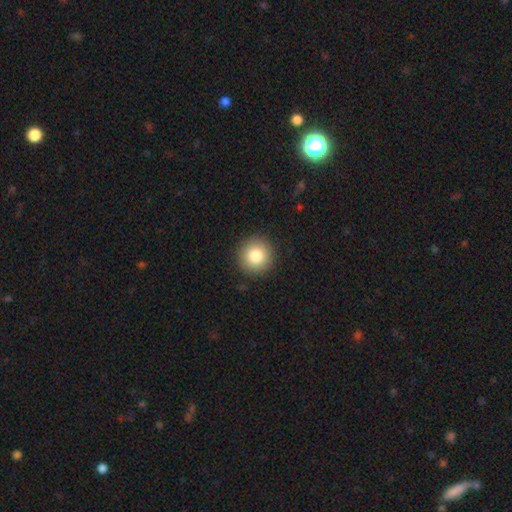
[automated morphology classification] type=smooth (83%); roundness=round (94%); merging=none (91%).